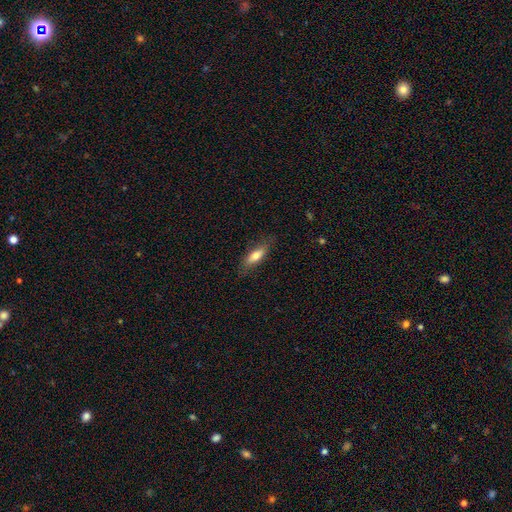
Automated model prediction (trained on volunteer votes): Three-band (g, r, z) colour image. It shows a smooth galaxy with no disk features (72%) that is in between round and cigar-shaped (53%). Merging: none (78%).